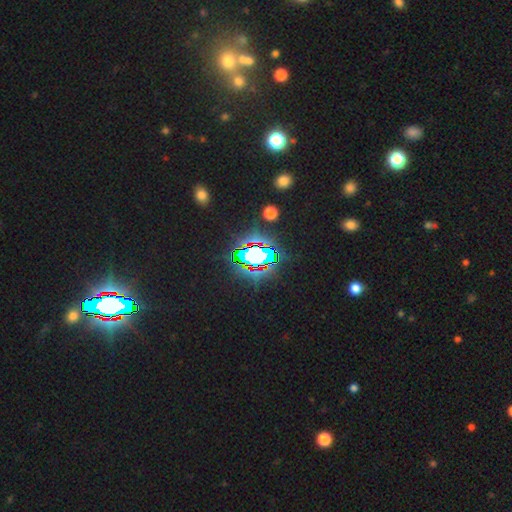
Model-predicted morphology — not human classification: Smooth or featured? Predicted: star or artifact (p=0.72).